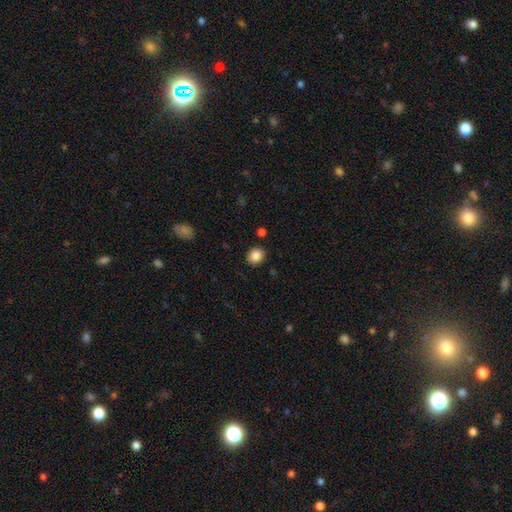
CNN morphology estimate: This is clearly a smooth galaxy (86%). How rounded: likely round (71%). Merging: clearly none (88%).